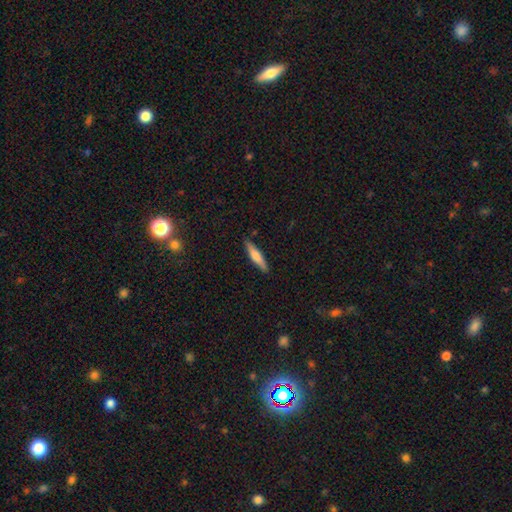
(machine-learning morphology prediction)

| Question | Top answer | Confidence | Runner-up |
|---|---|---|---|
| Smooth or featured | smooth | 61% | featured or disk (33%) |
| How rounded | cigar-shaped | 83% | in between (15%) |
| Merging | none | 88% | minor disturbance (9%) |